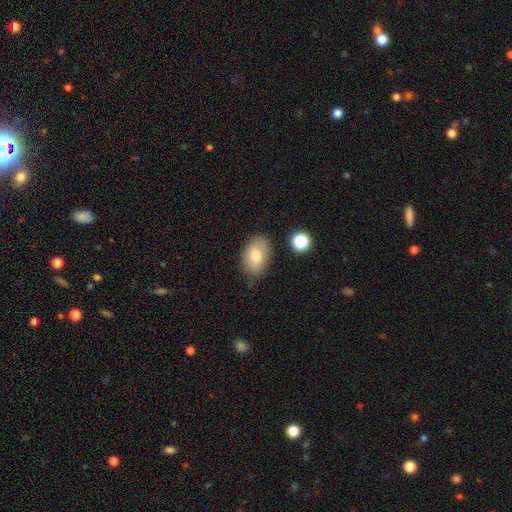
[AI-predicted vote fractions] smooth-or-featured: smooth: 76% | featured or disk: 15% | star or artifact: 9%
  how-rounded: in between: 88% | round: 11% | cigar-shaped: 1%
  merging: none: 78% | minor disturbance: 15% | major disturbance: 4% | merger: 3%